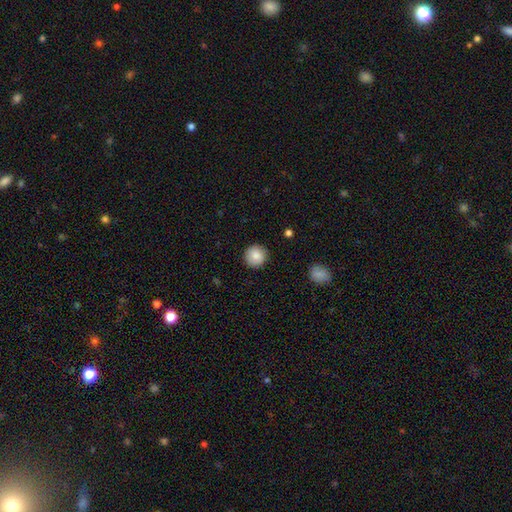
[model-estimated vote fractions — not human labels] This appears to be a smooth galaxy with no disk features (87%) that is round (94%). Merging: none (91%).